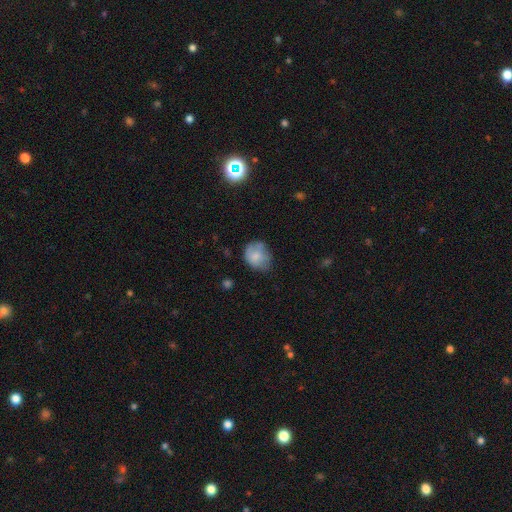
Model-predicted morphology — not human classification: Q: Smooth or featured?
A: smooth (74%); runner-up: featured or disk (18%)
Q: How rounded?
A: round (57%); runner-up: in between (42%)
Q: Merging?
A: none (53%); runner-up: minor disturbance (33%)